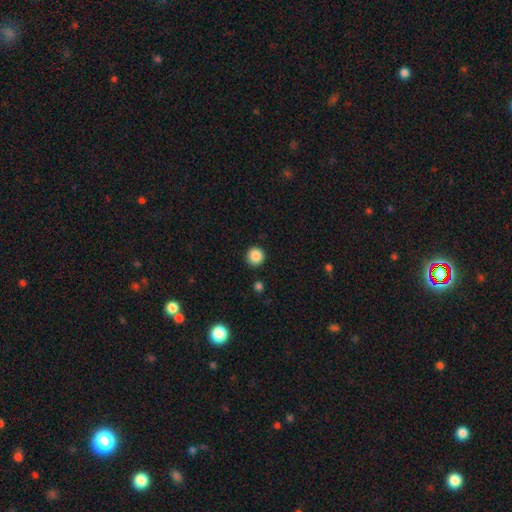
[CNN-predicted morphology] This is clearly a smooth galaxy (88%). How rounded: clearly round (95%). Merging: clearly none (91%).